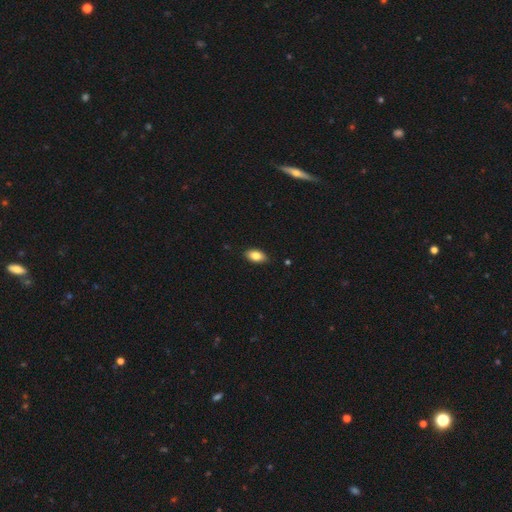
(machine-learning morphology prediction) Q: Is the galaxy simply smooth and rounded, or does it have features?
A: smooth — 82%.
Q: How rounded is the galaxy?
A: in between — 92%.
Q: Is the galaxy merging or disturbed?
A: none — 87%.